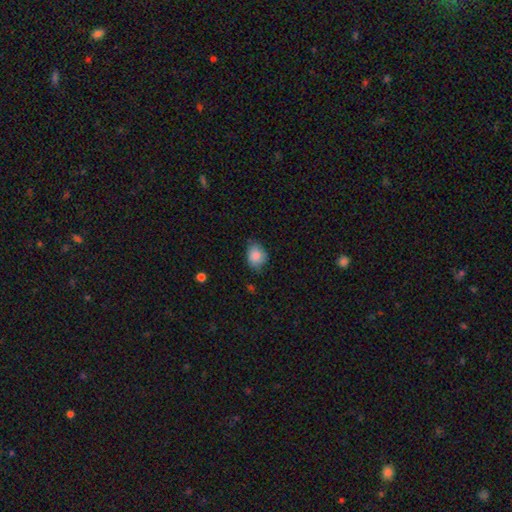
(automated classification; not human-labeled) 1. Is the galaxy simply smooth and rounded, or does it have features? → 85% smooth, 8% star or artifact, 7% featured or disk.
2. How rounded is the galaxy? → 54% in between, 45% round, 1% cigar-shaped.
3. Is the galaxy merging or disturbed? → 64% none, 29% minor disturbance, 5% major disturbance, 1% merger.